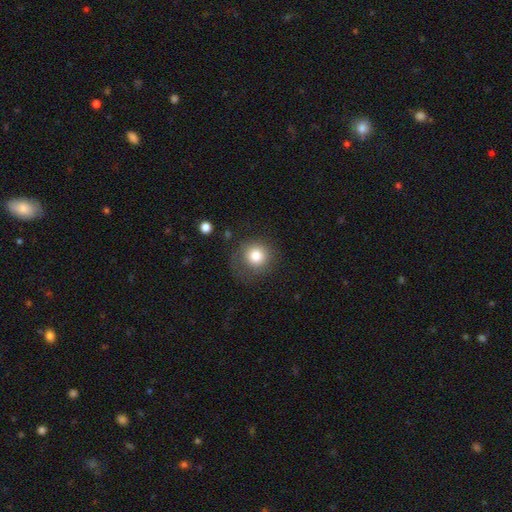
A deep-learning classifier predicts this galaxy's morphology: Smooth or featured: smooth — 80% (star or artifact — 10%)
How rounded: round — 90% (in between — 9%)
Merging: none — 67% (minor disturbance — 19%)